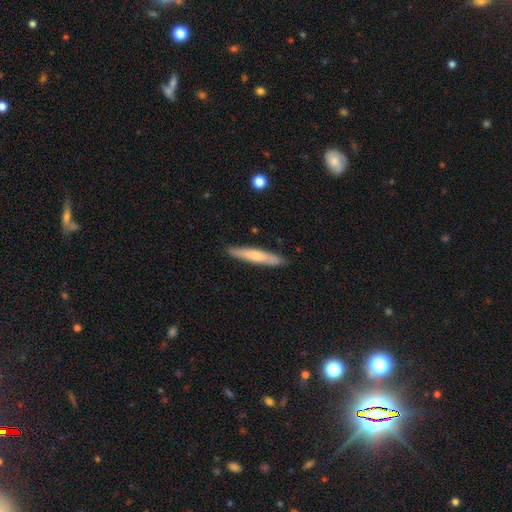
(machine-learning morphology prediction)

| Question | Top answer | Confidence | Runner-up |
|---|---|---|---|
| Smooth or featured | smooth | 64% | featured or disk (31%) |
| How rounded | cigar-shaped | 92% | in between (7%) |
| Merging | none | 88% | minor disturbance (9%) |